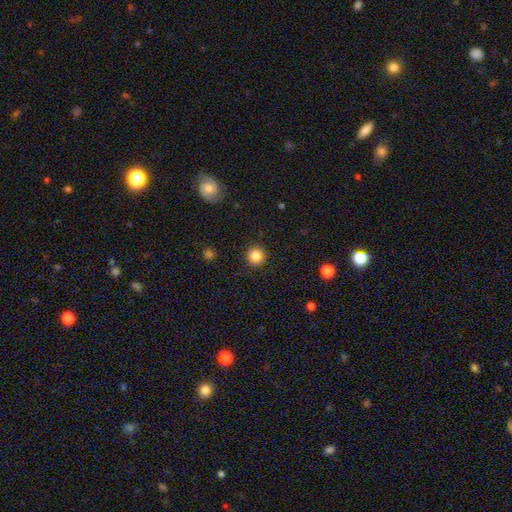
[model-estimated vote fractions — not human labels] A smooth galaxy with no disk features (85%) that is round (94%).

Vote fractions:
- Smooth or featured? smooth: 85% / star or artifact: 11% / featured or disk: 5%
- How rounded? round: 94% / in between: 5% / cigar-shaped: 1%
- Merging? none: 92% / minor disturbance: 5% / major disturbance: 2% / merger: 1%